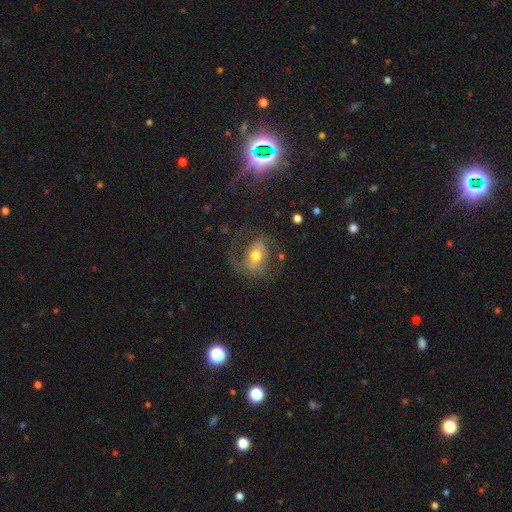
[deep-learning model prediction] Morphology: type=featured or disk (61%); edge-on=no (96%); bar=no (48%); spiral arms=yes (77%); bulge=moderate (72%); merging=none (55%).